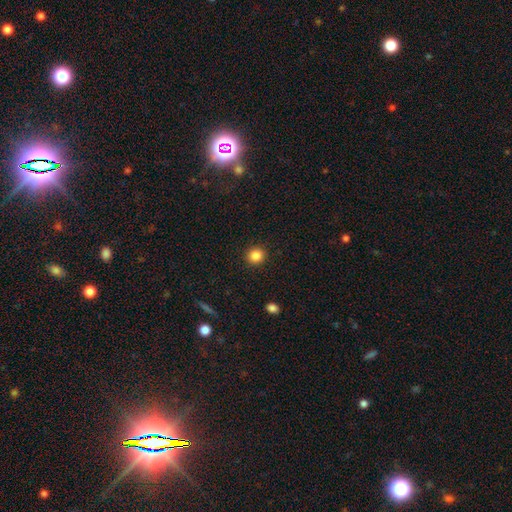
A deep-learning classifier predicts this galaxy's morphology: Overall: smooth (85%). How rounded: round (91%). Merging: none (92%).